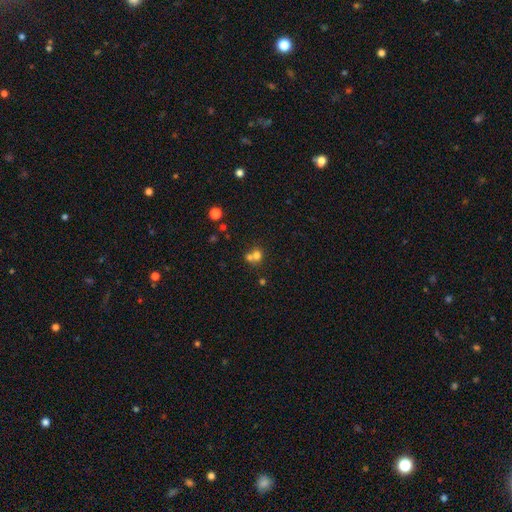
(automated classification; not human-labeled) Smooth or featured? smooth (69%)
How rounded? round (81%)
Merging? merger (55%)